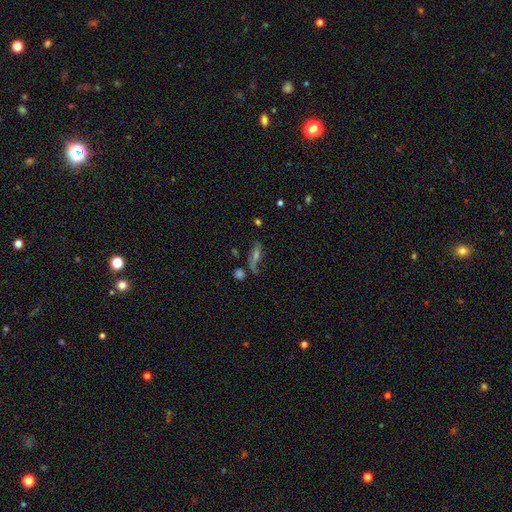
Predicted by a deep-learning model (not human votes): Q: Smooth or featured?
A: featured or disk (61%); runner-up: smooth (23%)
Q: Edge-on disk?
A: no (64%); runner-up: yes (36%)
Q: Merging?
A: none (56%); runner-up: minor disturbance (17%)